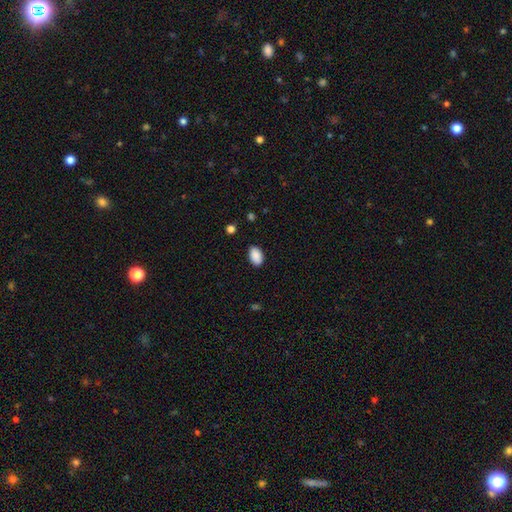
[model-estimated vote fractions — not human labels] Q: Smooth or featured?
A: smooth (90%); runner-up: star or artifact (7%)
Q: How rounded?
A: in between (92%); runner-up: round (7%)
Q: Merging?
A: none (87%); runner-up: minor disturbance (9%)